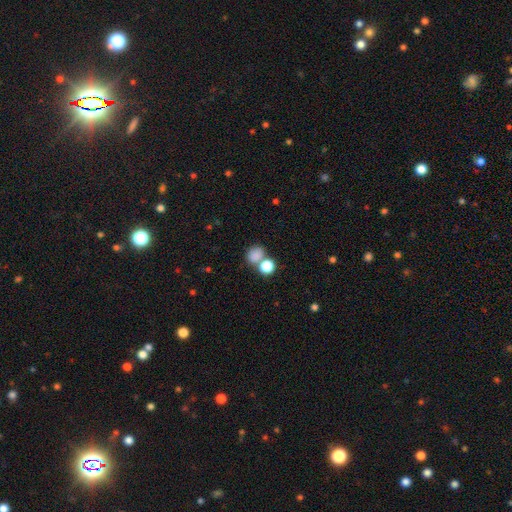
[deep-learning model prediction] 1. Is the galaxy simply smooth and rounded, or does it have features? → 80% smooth, 13% star or artifact, 6% featured or disk.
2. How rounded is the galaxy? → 56% round, 42% in between, 1% cigar-shaped.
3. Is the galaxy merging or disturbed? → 51% none, 33% merger, 11% minor disturbance, 5% major disturbance.